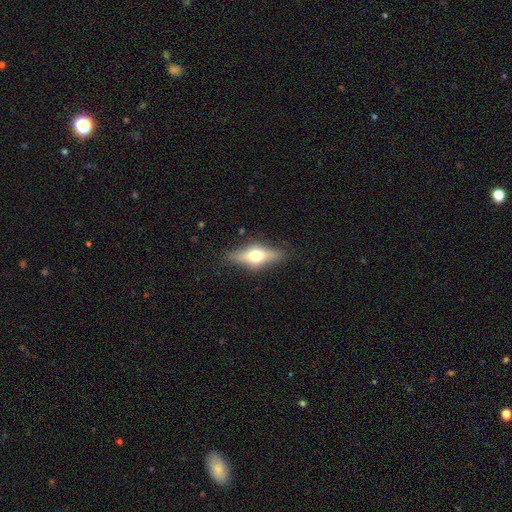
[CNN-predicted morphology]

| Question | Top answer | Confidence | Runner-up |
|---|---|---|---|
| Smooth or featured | featured or disk | 49% | smooth (44%) |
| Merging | none | 81% | minor disturbance (13%) |